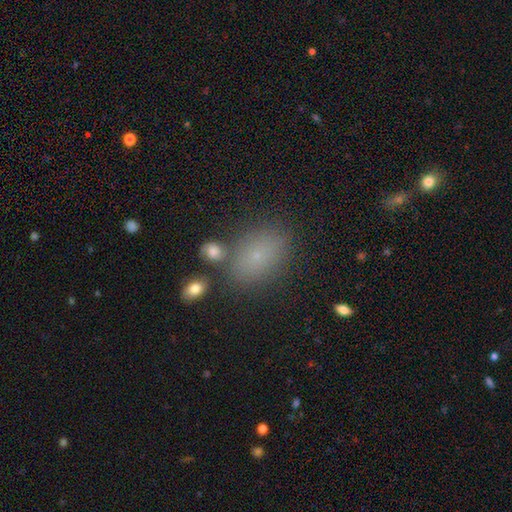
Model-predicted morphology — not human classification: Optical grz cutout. It shows a smooth galaxy with no disk features (71%) that is in between round and cigar-shaped (79%). Merging: none (79%).